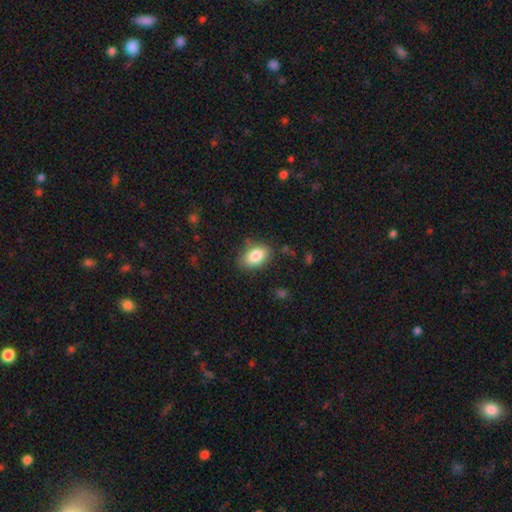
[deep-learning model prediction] Smooth or featured? Predicted: smooth (p=0.84). How rounded? Predicted: in between (p=0.89). Merging? Predicted: none (p=0.79).